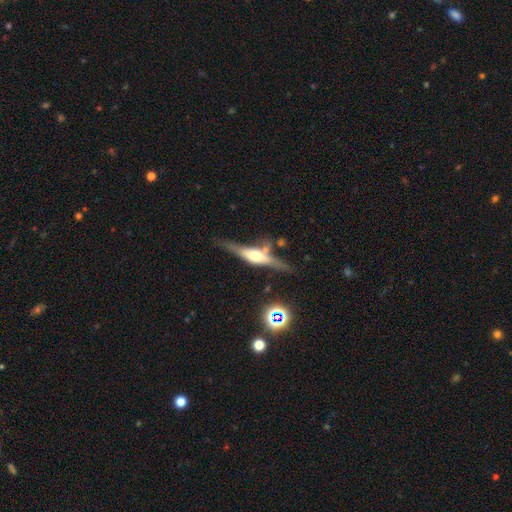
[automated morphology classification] Smooth or featured: featured or disk — 74% (smooth — 19%)
Edge-on disk: yes — 95% (no — 5%)
Edge-on bulge: rounded — 84% (boxy — 13%)
Merging: none — 70% (minor disturbance — 16%)